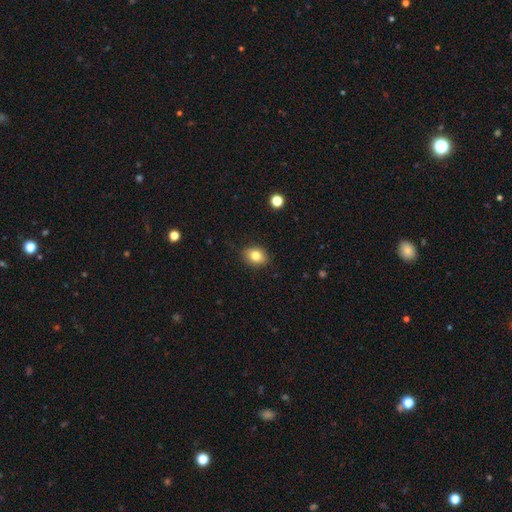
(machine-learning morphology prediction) smooth-or-featured: smooth: 80% | star or artifact: 10% | featured or disk: 10%
  how-rounded: in between: 55% | round: 44% | cigar-shaped: 1%
  merging: none: 88% | minor disturbance: 9% | major disturbance: 2% | merger: 1%